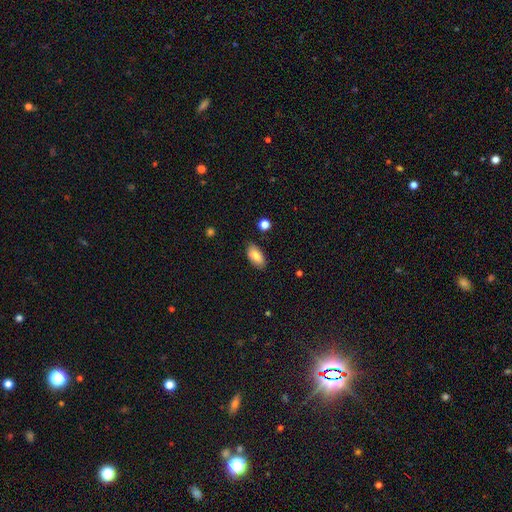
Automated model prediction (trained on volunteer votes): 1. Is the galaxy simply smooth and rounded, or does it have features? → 84% smooth, 9% featured or disk, 7% star or artifact.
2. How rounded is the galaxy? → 92% in between, 6% cigar-shaped, 3% round.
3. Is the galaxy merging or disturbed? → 83% none, 13% minor disturbance, 3% major disturbance, 2% merger.